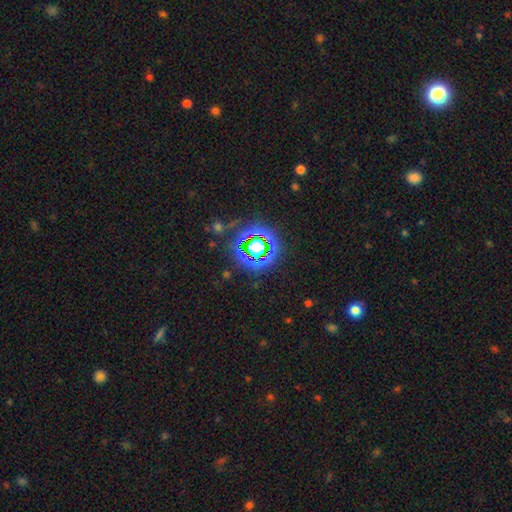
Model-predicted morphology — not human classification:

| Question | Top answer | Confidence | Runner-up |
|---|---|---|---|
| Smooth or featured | star or artifact | 78% | smooth (14%) |